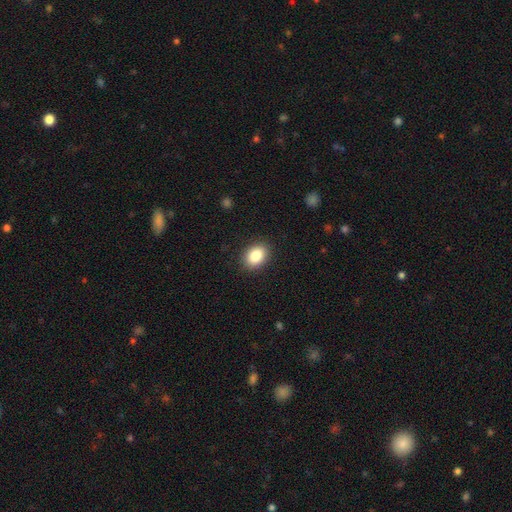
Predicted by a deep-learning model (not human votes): Overall: smooth (86%). How rounded: in between (73%). Merging: none (89%).